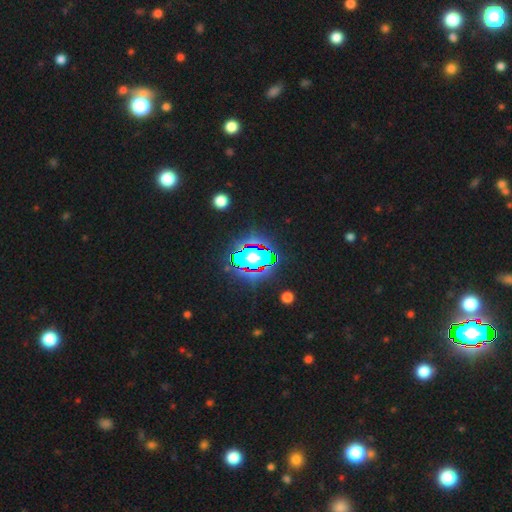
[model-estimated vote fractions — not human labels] smooth-or-featured: star or artifact: 57% | smooth: 26% | featured or disk: 17%